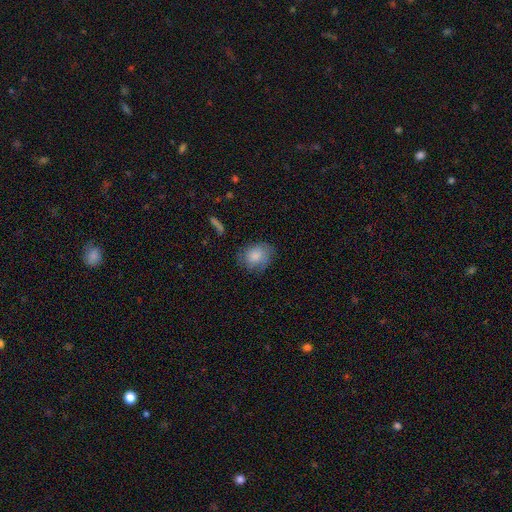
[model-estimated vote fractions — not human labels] smooth 75%, featured or disk 17%, star or artifact 7%. Down the decision tree: how rounded — round (56%); merging — none (68%).